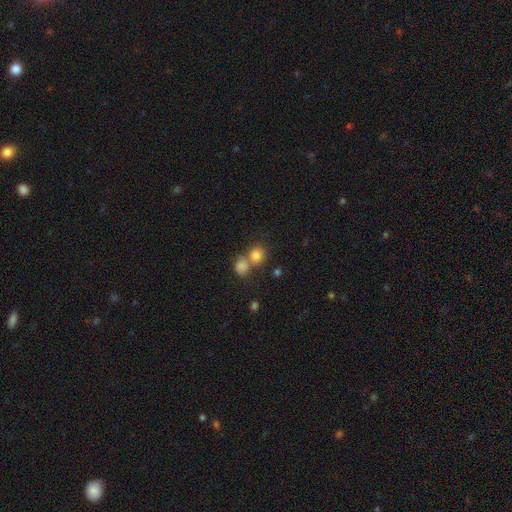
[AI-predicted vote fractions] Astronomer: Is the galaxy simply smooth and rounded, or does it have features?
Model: smooth — 82%.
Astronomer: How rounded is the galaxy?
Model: round — 81%.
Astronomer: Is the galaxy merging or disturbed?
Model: none — 48% (runner-up: merger, 39%).